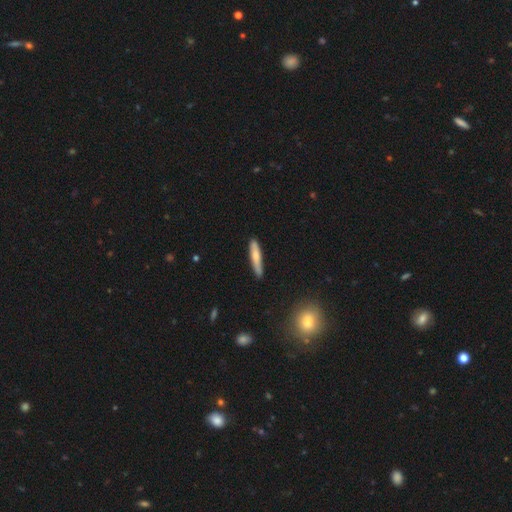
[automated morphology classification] type=smooth (69%); roundness=cigar-shaped (90%); merging=none (84%).